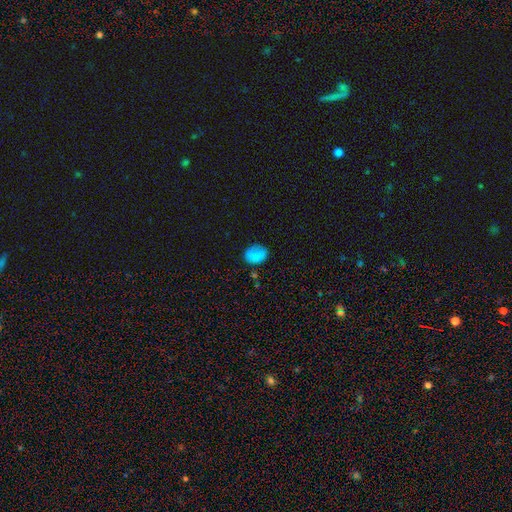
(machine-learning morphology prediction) This is clearly a smooth galaxy (81%). How rounded: possibly in between (55%). Merging: likely none (69%).